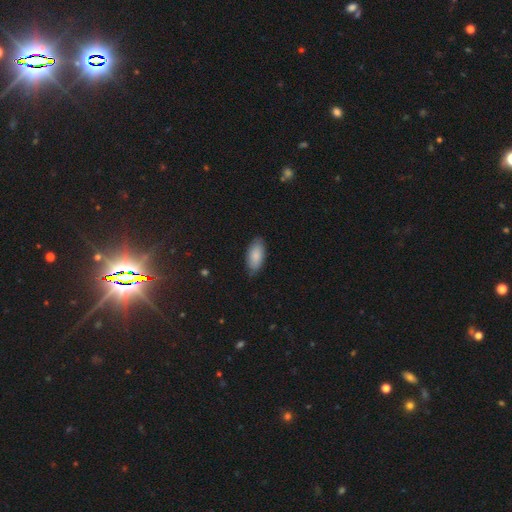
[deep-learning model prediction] Smooth or featured?
  - smooth: 85% *
  - featured or disk: 9%
  - star or artifact: 6%
How rounded?
  - in between: 90% *
  - cigar-shaped: 8%
  - round: 2%
Merging?
  - none: 81% *
  - minor disturbance: 16%
  - major disturbance: 2%
  - merger: 1%